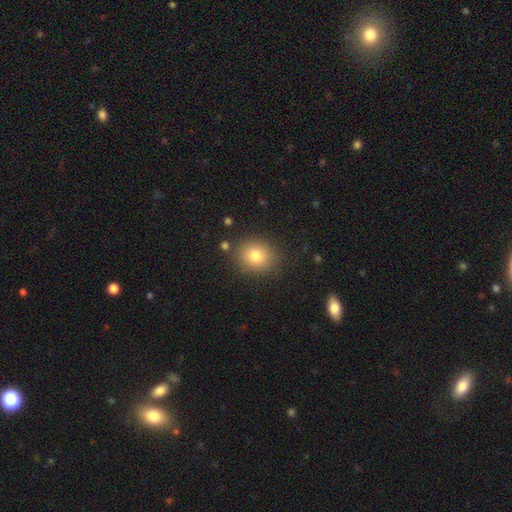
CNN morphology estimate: Q: Smooth or featured?
A: smooth (79%); runner-up: star or artifact (12%)
Q: How rounded?
A: round (76%); runner-up: in between (23%)
Q: Merging?
A: none (85%); runner-up: minor disturbance (9%)